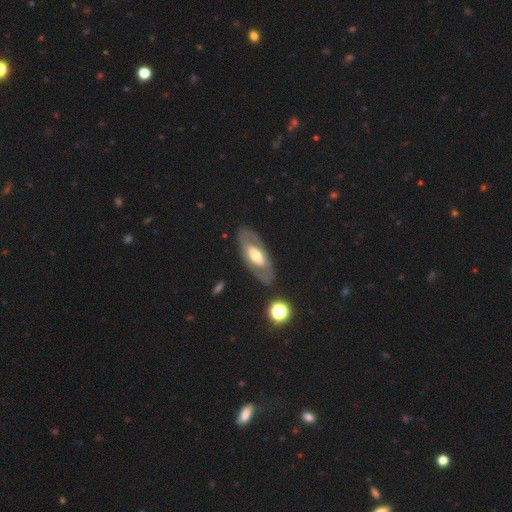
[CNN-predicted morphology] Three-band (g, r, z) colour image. It shows a featured or disk galaxy (58%). Merging: none (80%).